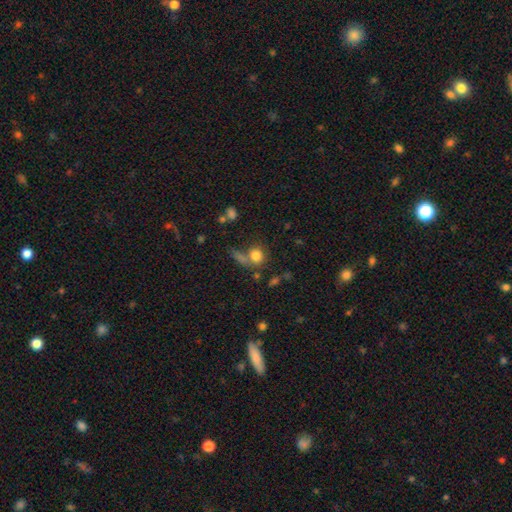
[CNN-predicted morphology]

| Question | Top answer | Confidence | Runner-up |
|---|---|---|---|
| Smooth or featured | smooth | 79% | star or artifact (12%) |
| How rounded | round | 79% | in between (20%) |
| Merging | none | 55% | merger (23%) |